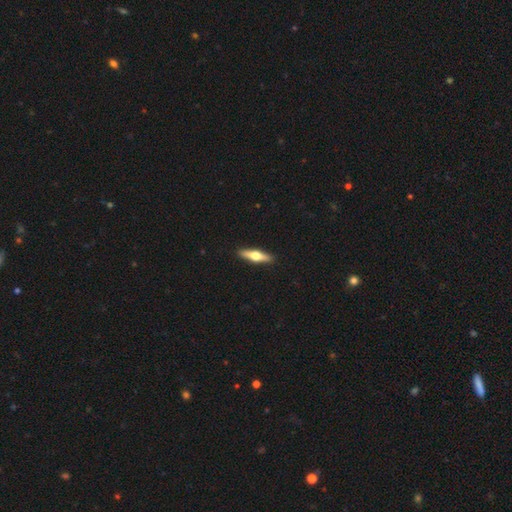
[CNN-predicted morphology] A featured or disk galaxy (59%) viewed edge-on (96%) with a rounded central bulge (96%). Merging: none (92%).